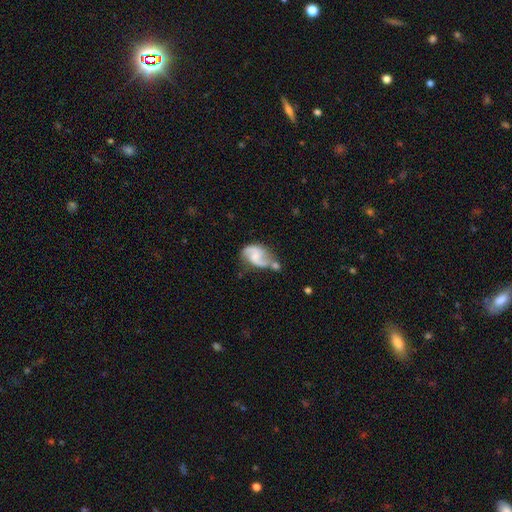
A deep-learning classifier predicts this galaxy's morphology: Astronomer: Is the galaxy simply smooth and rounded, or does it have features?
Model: featured or disk — 77%.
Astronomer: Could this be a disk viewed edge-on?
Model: no — 98%.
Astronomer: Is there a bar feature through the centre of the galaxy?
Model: no — 48% (runner-up: weak, 42%).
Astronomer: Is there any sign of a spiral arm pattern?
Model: yes — 93%.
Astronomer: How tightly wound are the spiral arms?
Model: loose — 53% (runner-up: medium, 38%).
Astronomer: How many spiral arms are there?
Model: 2 — 90%.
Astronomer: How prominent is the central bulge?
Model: small — 40% (runner-up: moderate, 27%).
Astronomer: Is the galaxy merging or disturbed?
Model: none — 38% (runner-up: merger, 30%).